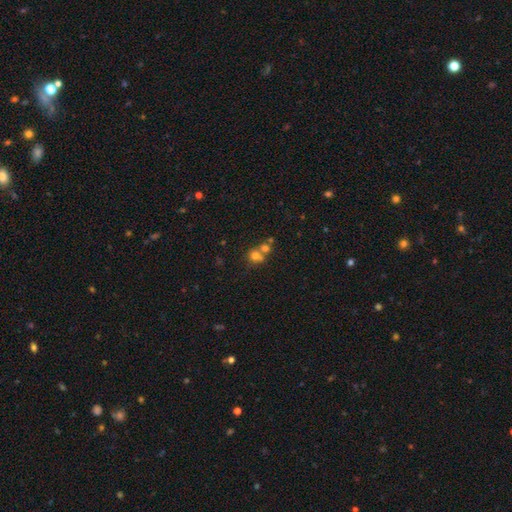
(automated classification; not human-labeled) A smooth galaxy with no disk features (70%) that is round (77%).

Vote fractions:
- Smooth or featured? smooth: 70% / featured or disk: 16% / star or artifact: 14%
- How rounded? round: 77% / in between: 22% / cigar-shaped: 1%
- Merging? merger: 52% / none: 36% / minor disturbance: 7% / major disturbance: 4%